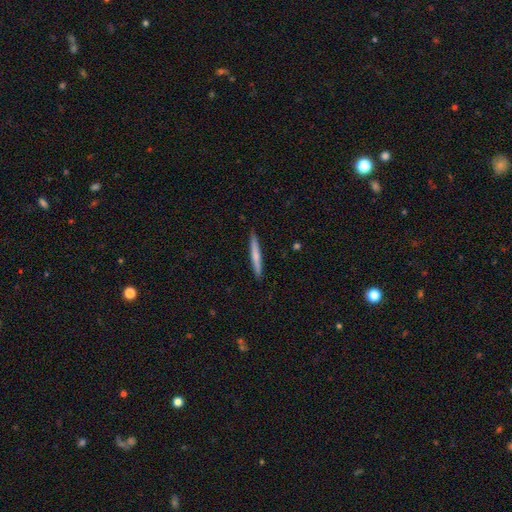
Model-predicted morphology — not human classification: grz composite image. It shows a smooth galaxy with no disk features (62%) that is cigar-shaped (96%). Merging: none (91%).